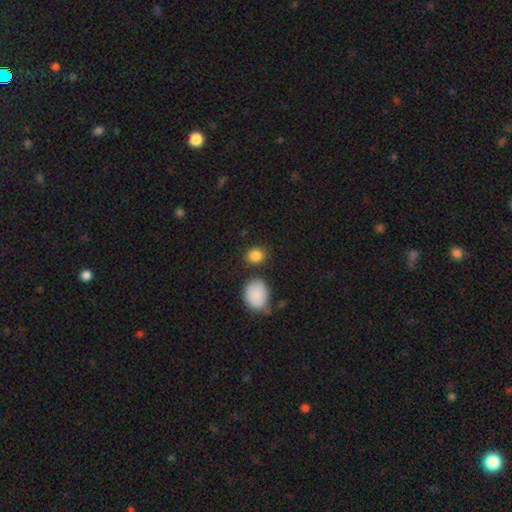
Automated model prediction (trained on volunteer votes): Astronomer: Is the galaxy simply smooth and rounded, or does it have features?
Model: smooth — 87%.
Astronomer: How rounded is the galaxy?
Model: round — 55% (runner-up: in between, 44%).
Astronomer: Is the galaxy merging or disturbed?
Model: none — 77%.